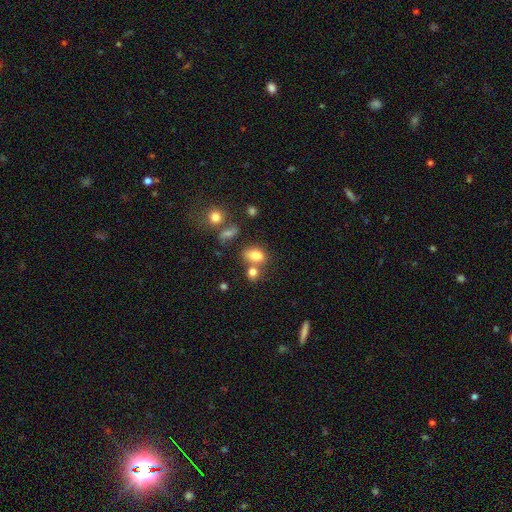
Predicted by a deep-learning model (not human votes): Smooth or featured? smooth (79%)
How rounded? in between (73%)
Merging? none (49%)